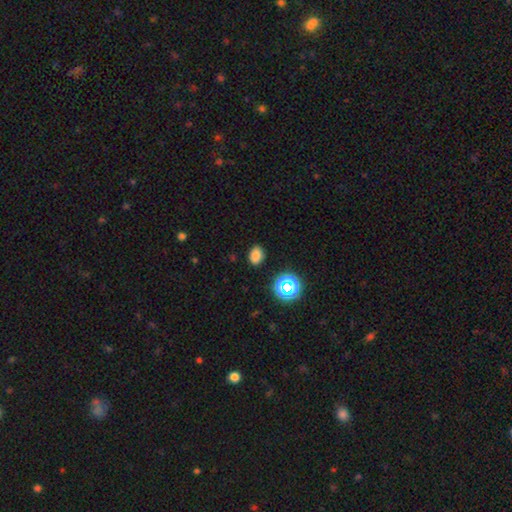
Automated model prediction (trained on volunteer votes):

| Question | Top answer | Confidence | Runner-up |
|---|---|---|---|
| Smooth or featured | smooth | 79% | star or artifact (16%) |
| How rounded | in between | 73% | round (26%) |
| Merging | none | 87% | minor disturbance (9%) |